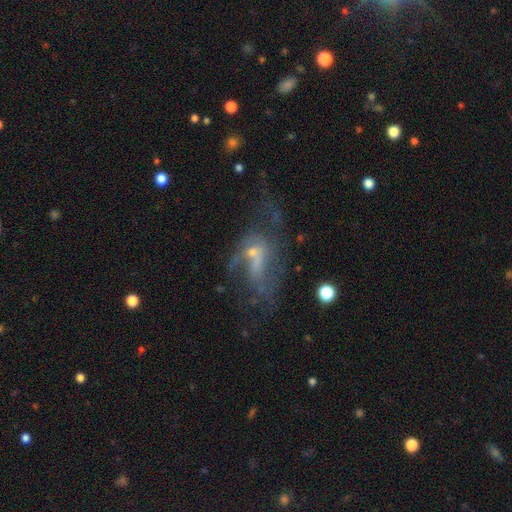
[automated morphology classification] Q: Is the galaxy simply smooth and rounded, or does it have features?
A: featured or disk — 65%.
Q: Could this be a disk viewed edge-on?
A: no — 95%.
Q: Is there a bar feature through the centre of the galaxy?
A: no — 60%.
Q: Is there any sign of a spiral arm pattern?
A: yes — 57%.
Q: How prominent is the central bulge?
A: small — 57%.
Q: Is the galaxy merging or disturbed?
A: major disturbance — 40%.